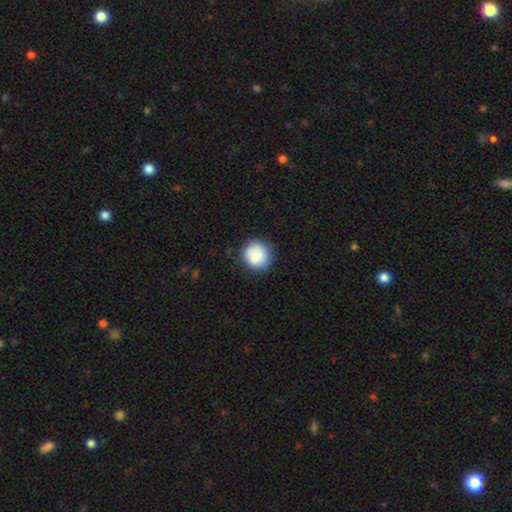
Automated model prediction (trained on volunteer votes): smooth-or-featured: smooth: 83% | featured or disk: 9% | star or artifact: 7%
  how-rounded: round: 86% | in between: 13% | cigar-shaped: 1%
  merging: none: 78% | minor disturbance: 17% | major disturbance: 4% | merger: 2%